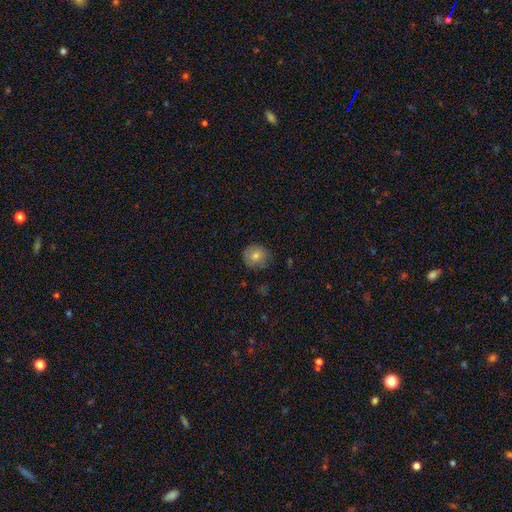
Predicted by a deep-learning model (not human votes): The model was most divided on "smooth or featured": smooth: 71%, featured or disk: 18%, star or artifact: 11%. More confident: how rounded — round (91%); merging — none (82%).